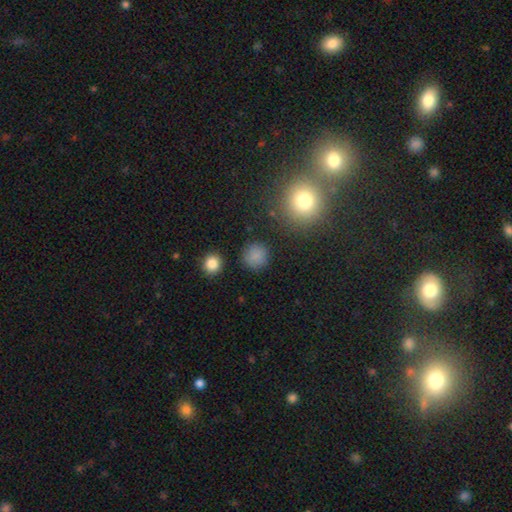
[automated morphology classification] smooth 82%, star or artifact 13%, featured or disk 5%. Down the decision tree: how rounded — round (92%); merging — none (86%).